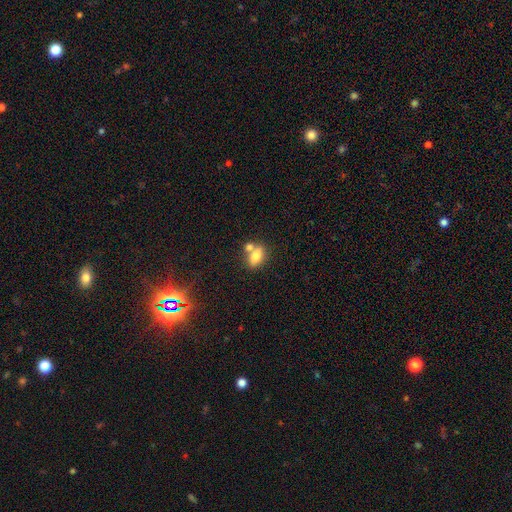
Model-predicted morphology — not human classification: A smooth galaxy with no disk features (75%) that is in between round and cigar-shaped (82%).

Vote fractions:
- Smooth or featured? smooth: 75% / featured or disk: 16% / star or artifact: 9%
- How rounded? in between: 82% / round: 12% / cigar-shaped: 6%
- Merging? none: 51% / merger: 34% / minor disturbance: 11% / major disturbance: 4%